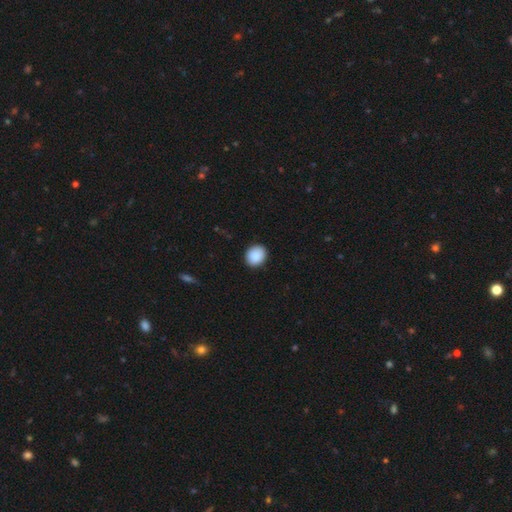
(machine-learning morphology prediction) Overall: smooth (90%). How rounded: round (69%; in between 30%). Merging: none (90%).